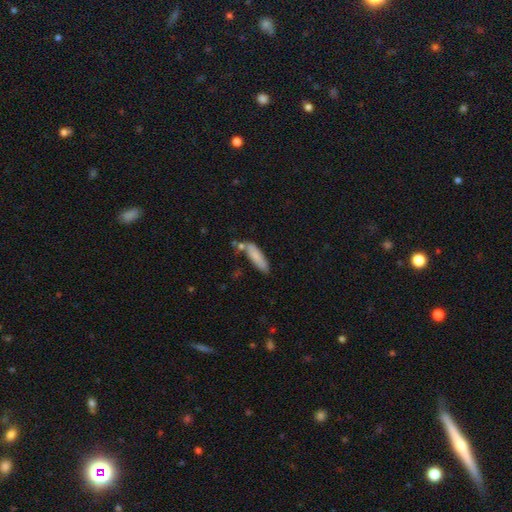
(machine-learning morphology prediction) The model was most divided on "how rounded": cigar-shaped: 63%, in between: 35%, round: 2%. More confident: smooth or featured — smooth (80%); merging — none (66%).